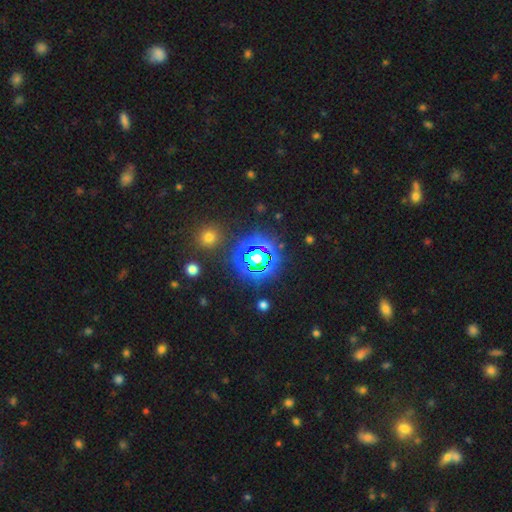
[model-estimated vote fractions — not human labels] A star or artifact, not a galaxy (68%).